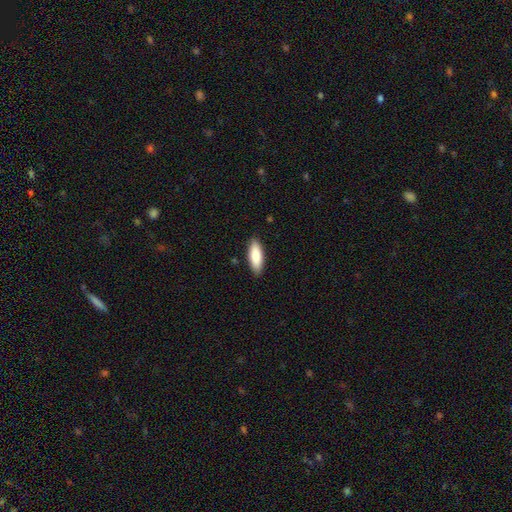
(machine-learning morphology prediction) A smooth galaxy with no disk features (86%) that is in between round and cigar-shaped (66%).

Vote fractions:
- Smooth or featured? smooth: 86% / featured or disk: 8% / star or artifact: 6%
- How rounded? in between: 66% / cigar-shaped: 32% / round: 2%
- Merging? none: 88% / minor disturbance: 9% / major disturbance: 2% / merger: 1%